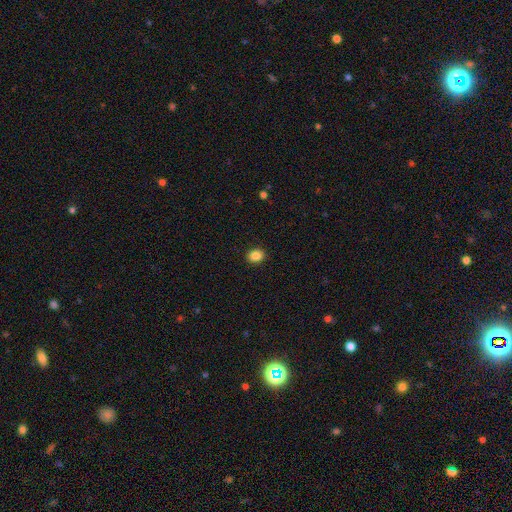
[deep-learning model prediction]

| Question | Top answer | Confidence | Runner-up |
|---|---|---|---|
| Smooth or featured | smooth | 87% | star or artifact (9%) |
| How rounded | round | 55% | in between (44%) |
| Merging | none | 91% | minor disturbance (6%) |